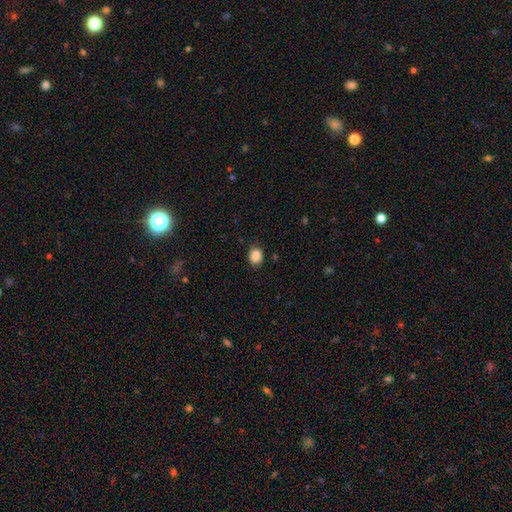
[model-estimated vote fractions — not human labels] A smooth galaxy with no disk features (87%) that is in between round and cigar-shaped (53%).

Vote fractions:
- Smooth or featured? smooth: 87% / star or artifact: 9% / featured or disk: 4%
- How rounded? in between: 53% / round: 47% / cigar-shaped: 1%
- Merging? none: 79% / minor disturbance: 16% / major disturbance: 3% / merger: 1%